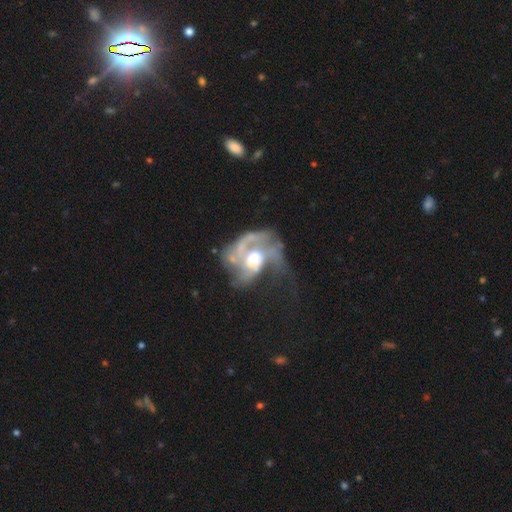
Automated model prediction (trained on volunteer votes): featured or disk 81%, smooth 12%, star or artifact 7%. Down the decision tree: edge-on disk — no (98%); bar — no (61%); spiral arms — yes (78%); spiral arm count — 2 (34%); spiral winding — medium (41%); bulge size — moderate (63%); merging — major disturbance (51%).